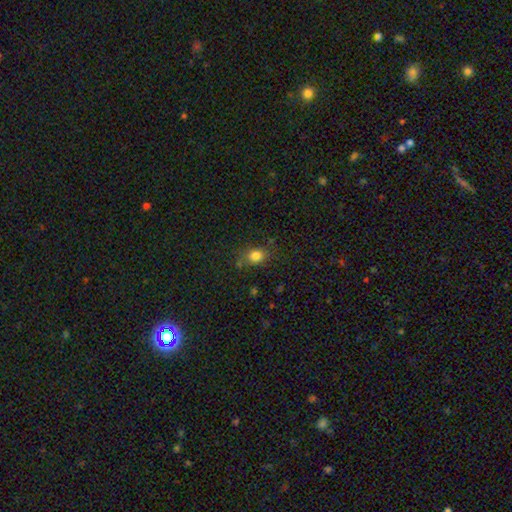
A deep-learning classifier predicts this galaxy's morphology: Smooth or featured?
  - smooth: 81% *
  - star or artifact: 12%
  - featured or disk: 7%
How rounded?
  - round: 51% *
  - in between: 47%
  - cigar-shaped: 1%
Merging?
  - none: 74% *
  - minor disturbance: 17%
  - major disturbance: 5%
  - merger: 4%